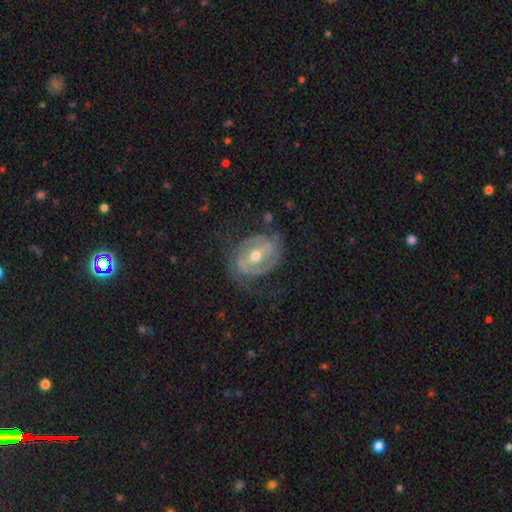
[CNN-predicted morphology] smooth_or_featured: featured or disk (p=0.84) [alt: smooth p=0.11]
disk_edge_on: no (p=0.97) [alt: yes p=0.03]
bar: weak (p=0.43) [alt: strong p=0.31]
has_spiral_arms: yes (p=0.87) [alt: no p=0.13]
spiral_winding: tight (p=0.47) [alt: medium p=0.37]
spiral_arm_count: 2 (p=0.70) [alt: can't tell p=0.14]
bulge_size: moderate (p=0.71) [alt: small p=0.24]
merging: none (p=0.65) [alt: minor disturbance p=0.21]